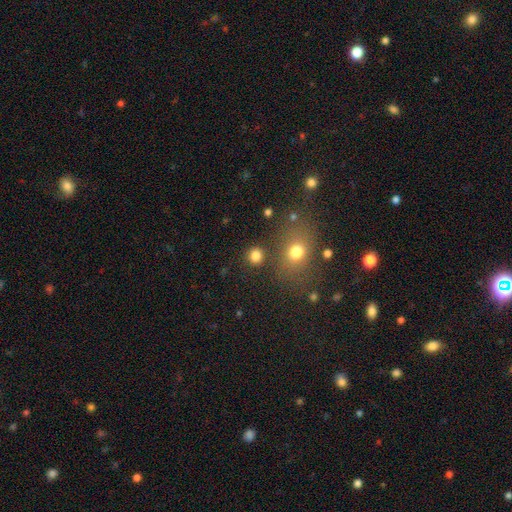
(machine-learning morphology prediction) Q: Smooth or featured?
A: smooth (81%); runner-up: star or artifact (14%)
Q: How rounded?
A: round (88%); runner-up: in between (11%)
Q: Merging?
A: none (84%); runner-up: minor disturbance (7%)